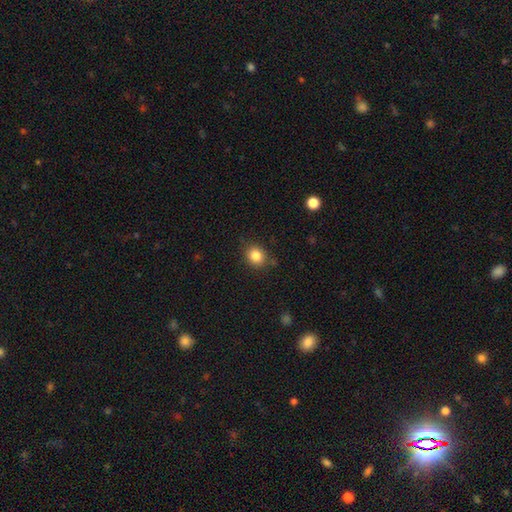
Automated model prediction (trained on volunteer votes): Smooth or featured: smooth — 84% (star or artifact — 11%)
How rounded: round — 71% (in between — 28%)
Merging: none — 84% (minor disturbance — 11%)